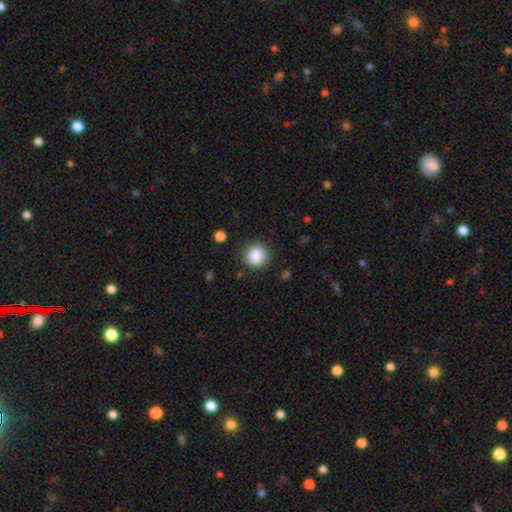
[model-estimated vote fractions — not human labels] This appears to be a smooth galaxy with no disk features (87%) that is round (89%). Merging: none (86%).